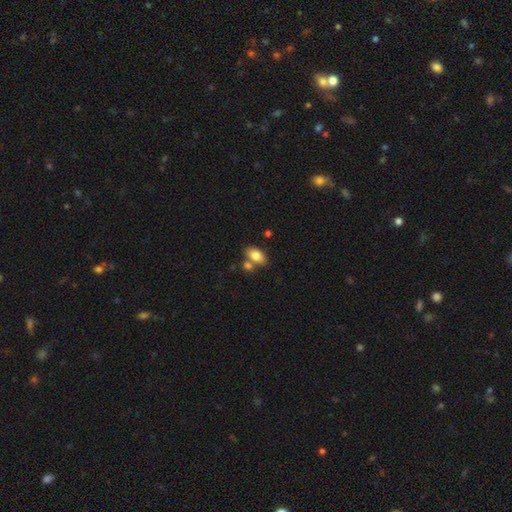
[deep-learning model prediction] A smooth galaxy with no disk features (82%) that is in between round and cigar-shaped (90%).

Vote fractions:
- Smooth or featured? smooth: 82% / featured or disk: 11% / star or artifact: 7%
- How rounded? in between: 90% / round: 8% / cigar-shaped: 2%
- Merging? none: 59% / merger: 26% / minor disturbance: 12% / major disturbance: 3%